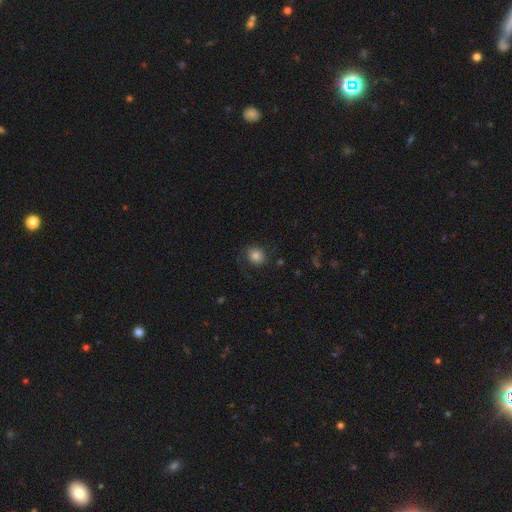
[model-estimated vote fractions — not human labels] This is likely a smooth galaxy (77%). How rounded: likely round (77%). Merging: likely none (74%).